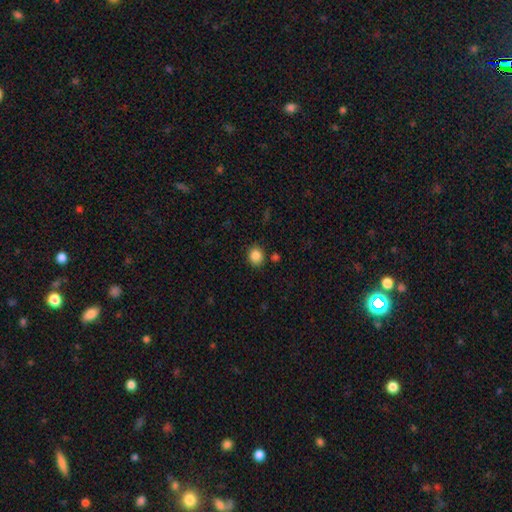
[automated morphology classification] Smooth or featured? Predicted: smooth (p=0.86). How rounded? Predicted: round (p=0.74). Merging? Predicted: none (p=0.84).